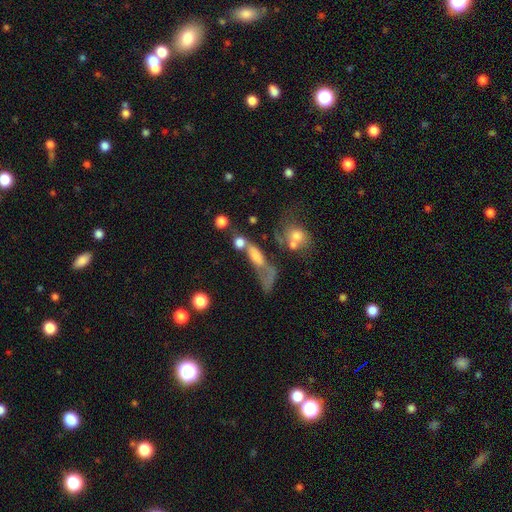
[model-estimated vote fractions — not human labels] This appears to be a smooth galaxy with no disk features (46%). Merging: merger (36%).